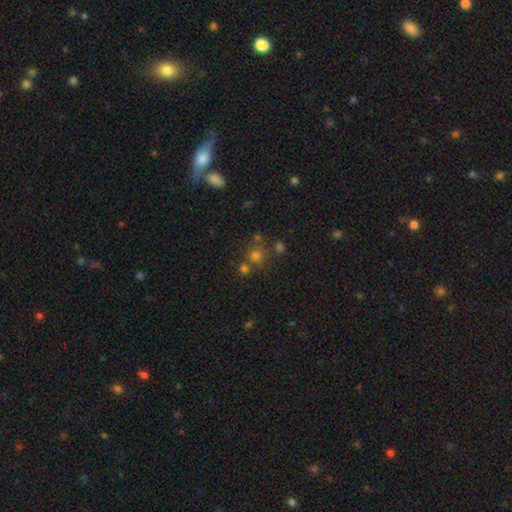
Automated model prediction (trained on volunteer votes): Q: Smooth or featured?
A: smooth (66%); runner-up: star or artifact (24%)
Q: How rounded?
A: round (89%); runner-up: in between (10%)
Q: Merging?
A: none (66%); runner-up: merger (21%)